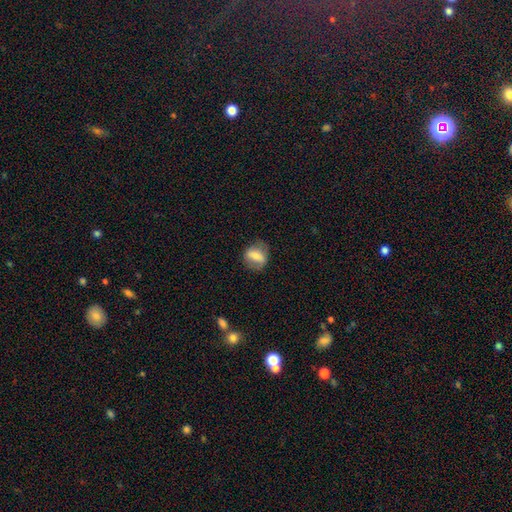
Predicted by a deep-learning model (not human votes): A smooth galaxy with no disk features (63%) that is in between round and cigar-shaped (55%).

Vote fractions:
- Smooth or featured? smooth: 63% / featured or disk: 30% / star or artifact: 8%
- How rounded? in between: 55% / round: 41% / cigar-shaped: 4%
- Merging? none: 71% / minor disturbance: 20% / major disturbance: 8% / merger: 1%